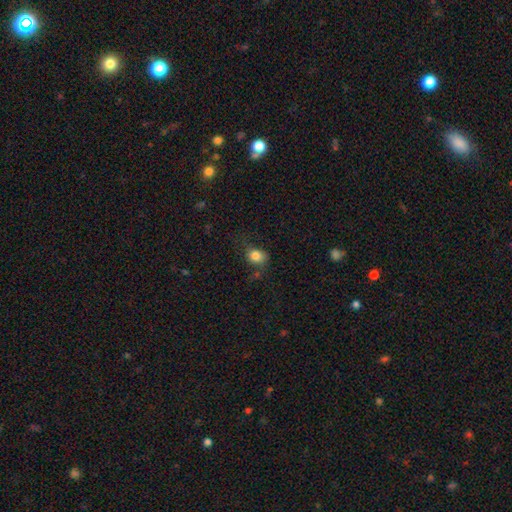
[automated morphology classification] Q: Smooth or featured?
A: smooth (82%); runner-up: star or artifact (11%)
Q: How rounded?
A: round (52%); runner-up: in between (47%)
Q: Merging?
A: none (60%); runner-up: minor disturbance (25%)